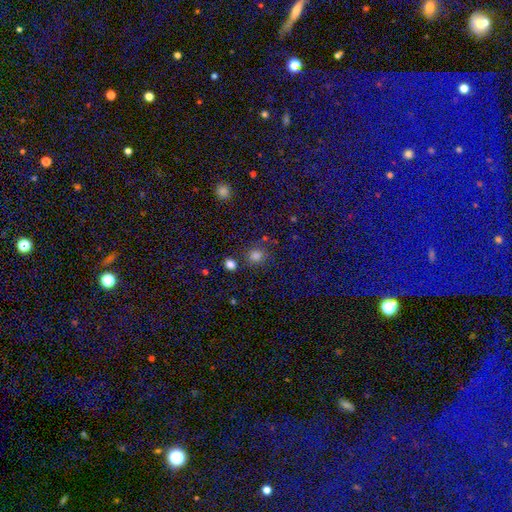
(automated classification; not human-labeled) Morphology: type=smooth (78%); roundness=round (85%); merging=none (74%).